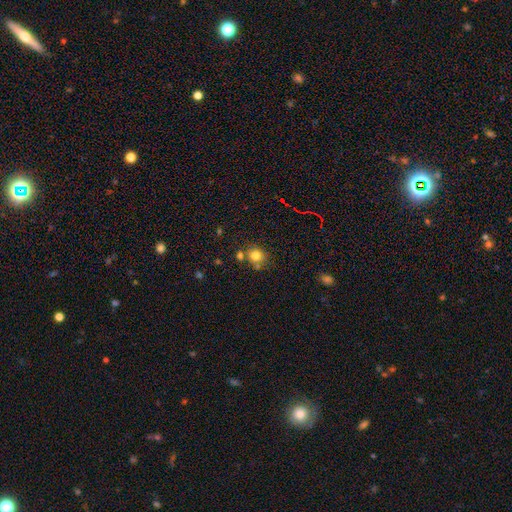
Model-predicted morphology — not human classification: A smooth galaxy with no disk features (78%) that is round (81%).

Vote fractions:
- Smooth or featured? smooth: 78% / star or artifact: 14% / featured or disk: 9%
- How rounded? round: 81% / in between: 19% / cigar-shaped: 1%
- Merging? none: 68% / merger: 17% / minor disturbance: 12% / major disturbance: 4%